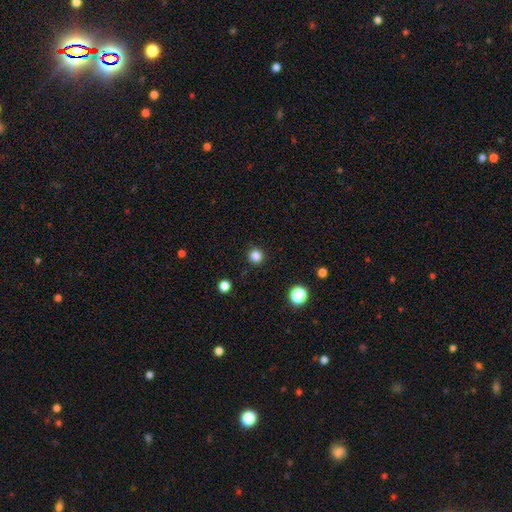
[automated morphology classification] Smooth or featured?
  - smooth: 83% *
  - star or artifact: 13%
  - featured or disk: 4%
How rounded?
  - round: 95% *
  - in between: 4%
  - cigar-shaped: 1%
Merging?
  - none: 92% *
  - minor disturbance: 5%
  - major disturbance: 2%
  - merger: 1%